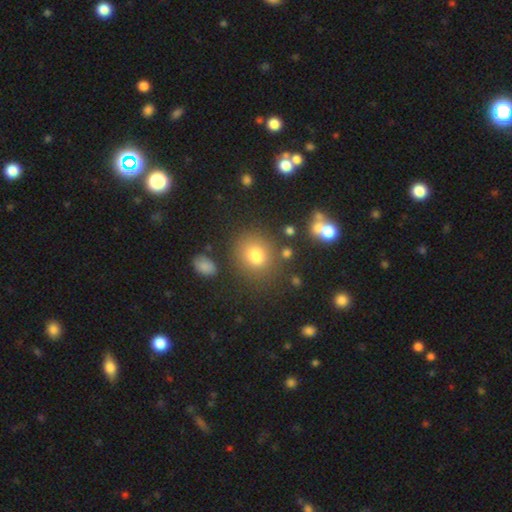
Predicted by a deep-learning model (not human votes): Smooth or featured? Predicted: smooth (p=0.77). How rounded? Predicted: round (p=0.77). Merging? Predicted: none (p=0.78).